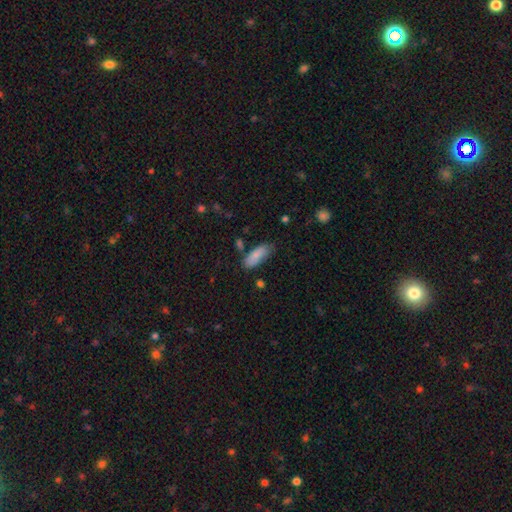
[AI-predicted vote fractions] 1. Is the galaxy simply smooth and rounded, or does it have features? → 82% smooth, 11% featured or disk, 6% star or artifact.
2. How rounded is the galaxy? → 74% in between, 24% cigar-shaped, 2% round.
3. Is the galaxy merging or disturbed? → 65% none, 25% minor disturbance, 5% major disturbance, 5% merger.